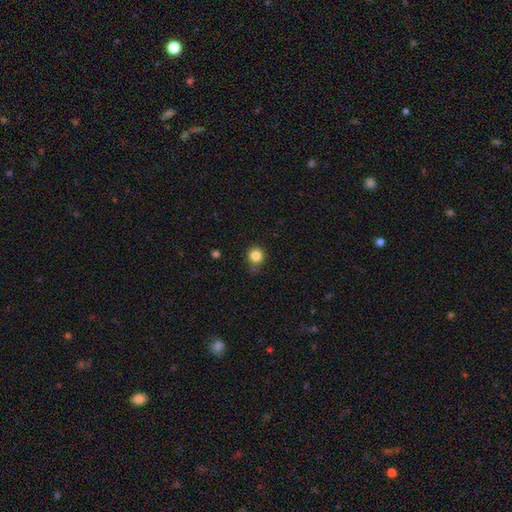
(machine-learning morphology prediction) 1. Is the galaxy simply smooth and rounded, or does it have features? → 84% smooth, 11% star or artifact, 4% featured or disk.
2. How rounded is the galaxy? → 91% round, 8% in between, 1% cigar-shaped.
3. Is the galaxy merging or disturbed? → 75% none, 18% minor disturbance, 4% major disturbance, 3% merger.